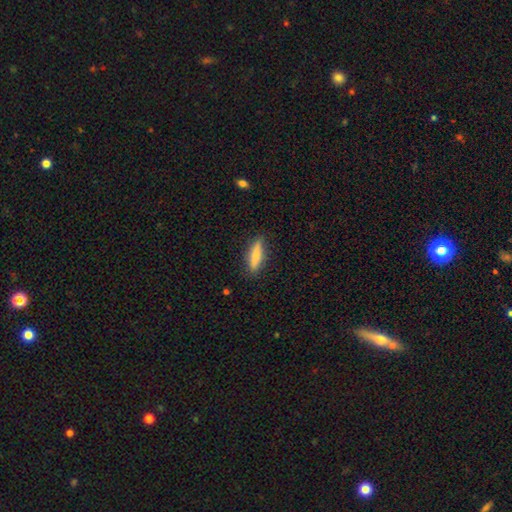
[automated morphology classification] smooth-or-featured: smooth: 76% | featured or disk: 18% | star or artifact: 6%
  how-rounded: cigar-shaped: 74% | in between: 24% | round: 2%
  merging: none: 86% | minor disturbance: 10% | major disturbance: 2% | merger: 1%